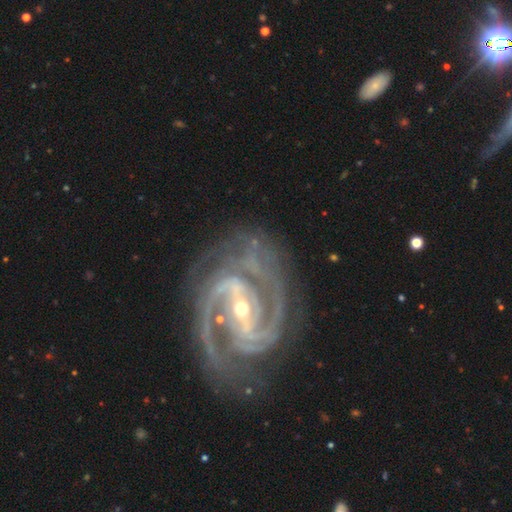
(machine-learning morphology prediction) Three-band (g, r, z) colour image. It shows a featured or disk galaxy (93%) with a strong bar (54%), 2 (46%) tight (51%) spiral arms (99%) and a small central bulge (50%). Merging: none (66%).